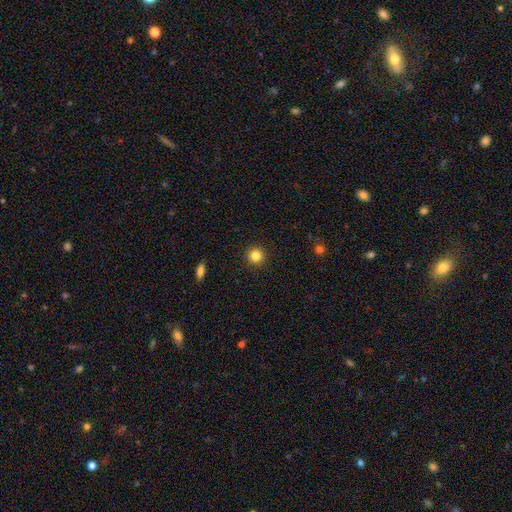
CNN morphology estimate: Smooth or featured? Predicted: smooth (p=0.84). How rounded? Predicted: round (p=0.95). Merging? Predicted: none (p=0.93).